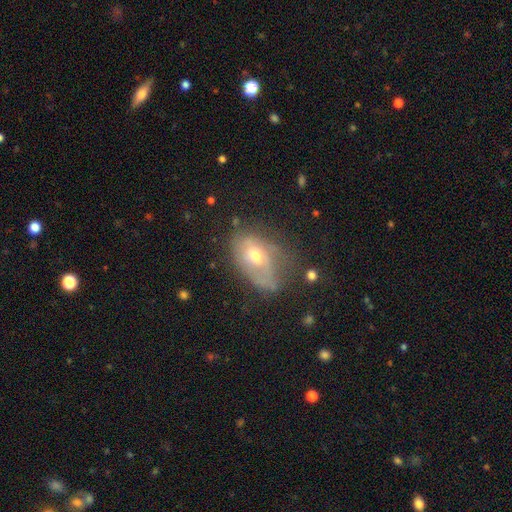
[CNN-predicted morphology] A featured or disk galaxy (46%). Merging: none (38%).